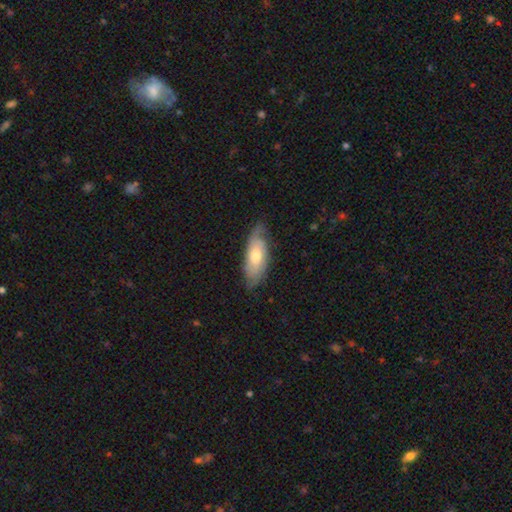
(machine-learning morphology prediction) smooth 47% (tied), featured or disk 47% (tied), star or artifact 6%. Down the decision tree: merging — none (67%).